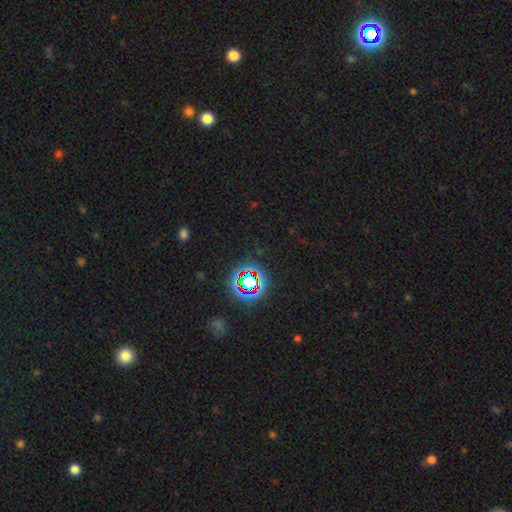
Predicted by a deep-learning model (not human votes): Smooth or featured? Predicted: star or artifact (p=0.74).